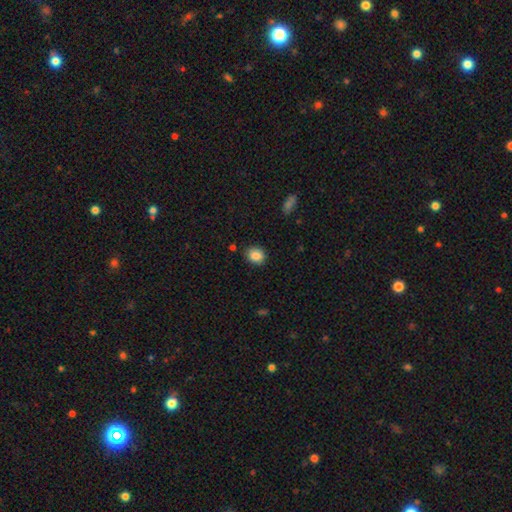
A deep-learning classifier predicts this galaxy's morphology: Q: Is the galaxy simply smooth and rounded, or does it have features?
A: smooth — 86%.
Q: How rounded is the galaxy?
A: round — 69%.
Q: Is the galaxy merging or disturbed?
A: none — 88%.